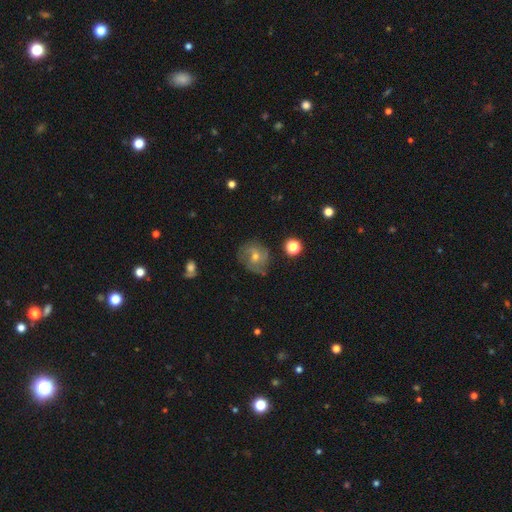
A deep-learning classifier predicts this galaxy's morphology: Q: Smooth or featured?
A: featured or disk (66%); runner-up: smooth (22%)
Q: Edge-on disk?
A: no (97%); runner-up: yes (3%)
Q: Bar?
A: no (58%); runner-up: weak (35%)
Q: Spiral arms?
A: yes (87%); runner-up: no (13%)
Q: Spiral winding?
A: tight (43%); runner-up: medium (41%)
Q: Spiral arm count?
A: 2 (35%); runner-up: can't tell (30%)
Q: Bulge size?
A: moderate (48%); tied with: small (48%)
Q: Merging?
A: none (71%); runner-up: minor disturbance (19%)